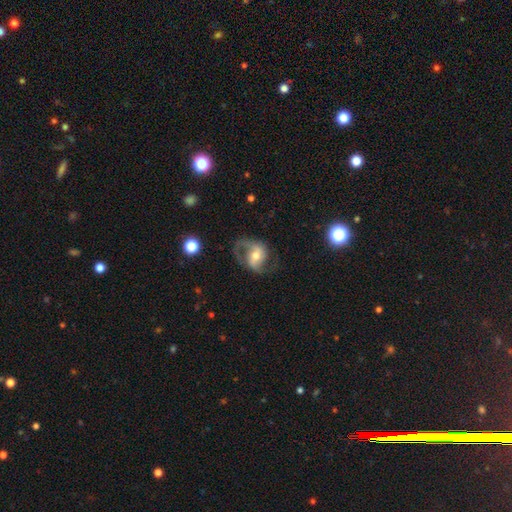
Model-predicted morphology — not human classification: Smooth or featured?
  - featured or disk: 78% *
  - smooth: 16%
  - star or artifact: 6%
Edge-on disk?
  - no: 97% *
  - yes: 3%
Bar?
  - weak: 39% *
  - no: 37%
  - strong: 23%
Spiral arms?
  - yes: 91% *
  - no: 9%
Spiral winding?
  - medium: 46% *
  - loose: 42%
  - tight: 13%
Spiral arm count?
  - 2: 83% *
  - 1: 9%
  - can't tell: 5%
  - 3: 1%
  - 4: 1%
  - more than 4: 1%
Bulge size?
  - moderate: 65% *
  - small: 26%
  - large: 7%
  - none: 1%
  - dominant: 1%
Merging?
  - none: 60% *
  - major disturbance: 19%
  - minor disturbance: 19%
  - merger: 2%